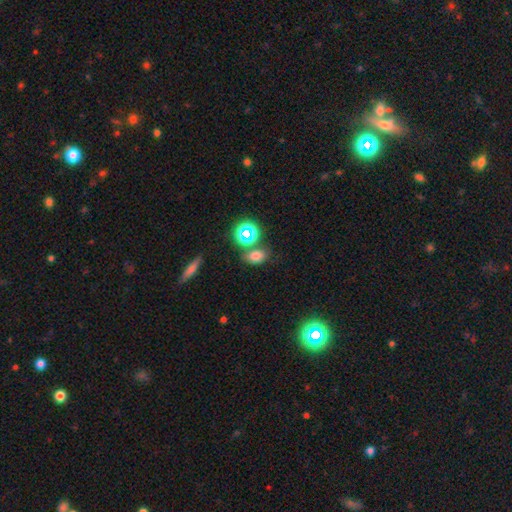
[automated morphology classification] smooth 70%, star or artifact 22%, featured or disk 9%. Down the decision tree: how rounded — in between (71%); merging — none (66%).